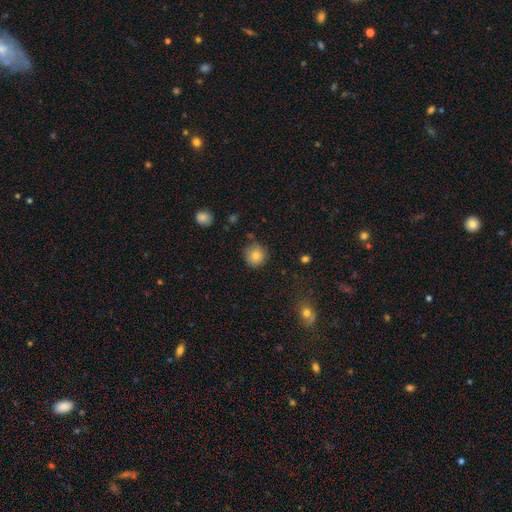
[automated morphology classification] type=smooth (80%); roundness=round (93%); merging=none (81%).